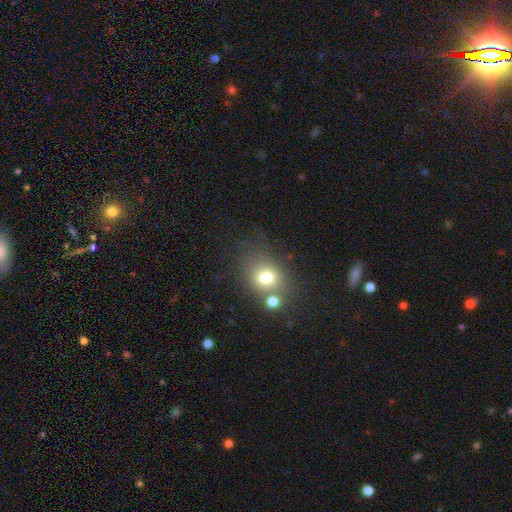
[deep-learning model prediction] Smooth or featured?
  - smooth: 67% *
  - star or artifact: 22%
  - featured or disk: 11%
How rounded?
  - round: 63% *
  - in between: 36%
  - cigar-shaped: 1%
Merging?
  - none: 64% *
  - merger: 18%
  - minor disturbance: 13%
  - major disturbance: 5%